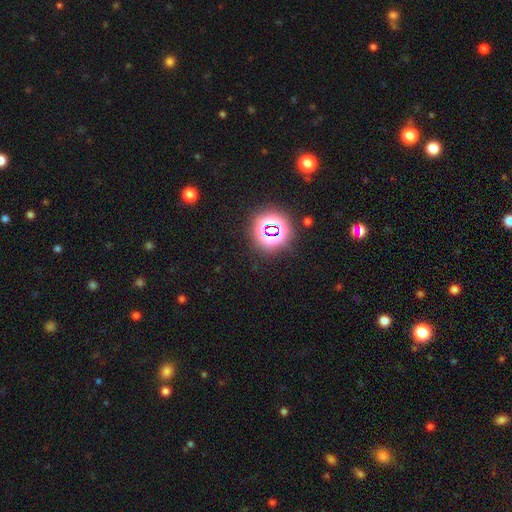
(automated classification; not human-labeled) smooth-or-featured: star or artifact: 80% | smooth: 13% | featured or disk: 7%